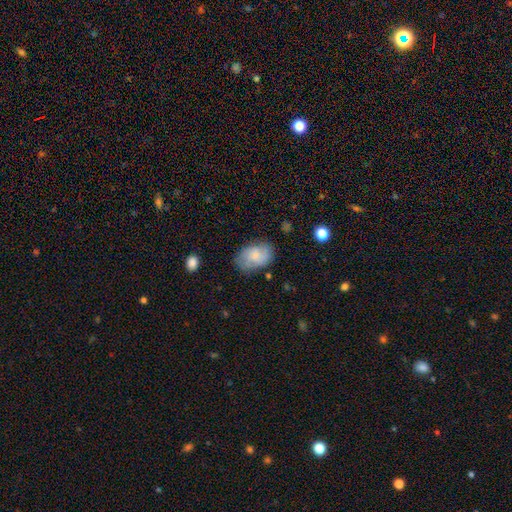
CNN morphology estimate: smooth_or_featured: smooth (p=0.68) [alt: featured or disk p=0.25]
how_rounded: in between (p=0.88) [alt: round p=0.11]
merging: none (p=0.71) [alt: minor disturbance p=0.21]